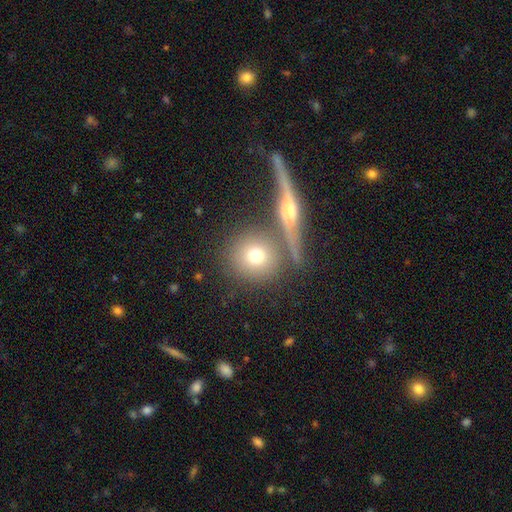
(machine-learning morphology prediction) The model was most divided on "smooth or featured": smooth: 69%, featured or disk: 20%, star or artifact: 11%. More confident: how rounded — round (87%); merging — none (69%).